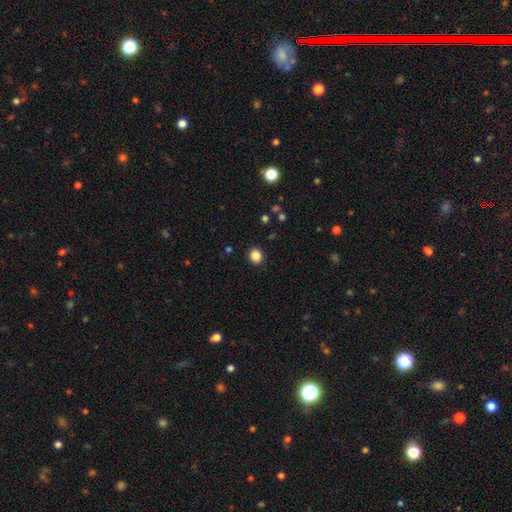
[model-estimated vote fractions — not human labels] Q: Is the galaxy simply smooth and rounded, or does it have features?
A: smooth — 86%.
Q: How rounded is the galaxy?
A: round — 79%.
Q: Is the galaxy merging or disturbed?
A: none — 91%.